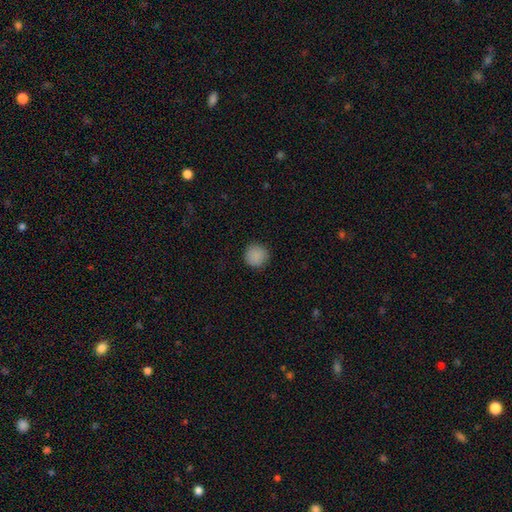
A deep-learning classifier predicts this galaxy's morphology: The model was most divided on "smooth or featured": smooth: 88%, star or artifact: 9%, featured or disk: 3%. More confident: how rounded — round (94%); merging — none (90%).